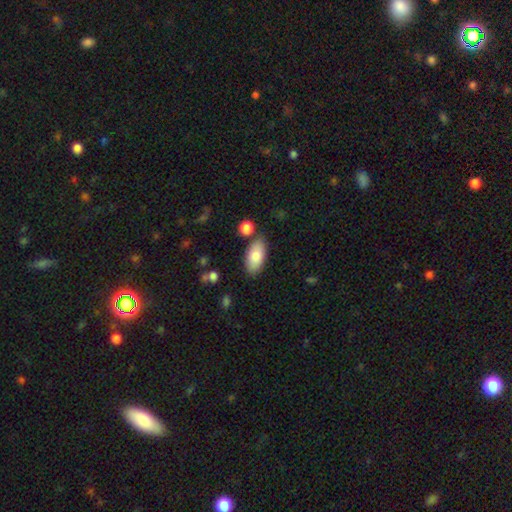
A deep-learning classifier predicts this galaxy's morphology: This appears to be a smooth galaxy with no disk features (81%) that is in between round and cigar-shaped (93%). Merging: none (79%).